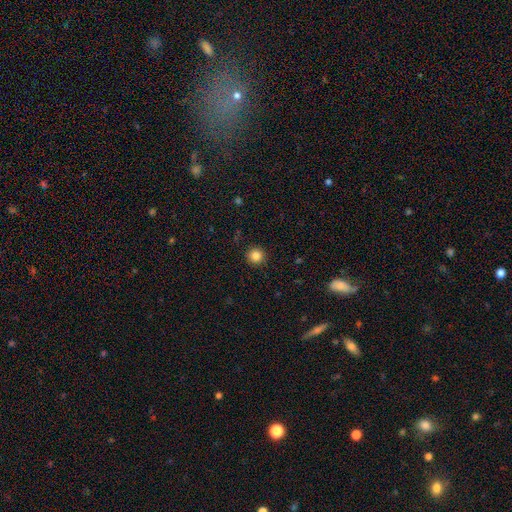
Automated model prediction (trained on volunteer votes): smooth-or-featured: smooth: 85% | star or artifact: 11% | featured or disk: 4%
  how-rounded: round: 95% | in between: 4% | cigar-shaped: 1%
  merging: none: 92% | minor disturbance: 5% | major disturbance: 2% | merger: 1%